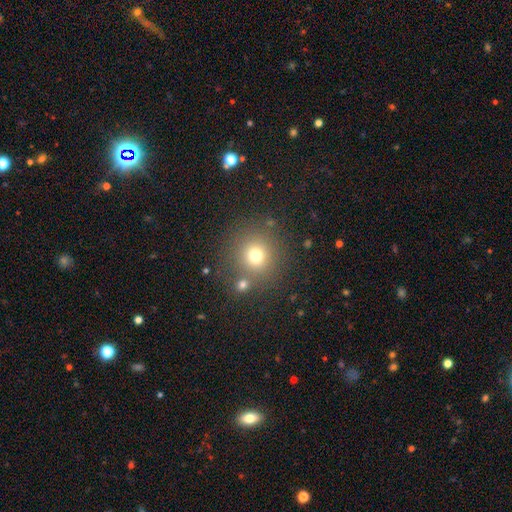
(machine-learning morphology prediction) Smooth or featured: smooth — 72% (star or artifact — 17%)
How rounded: round — 92% (in between — 7%)
Merging: none — 78% (merger — 10%)